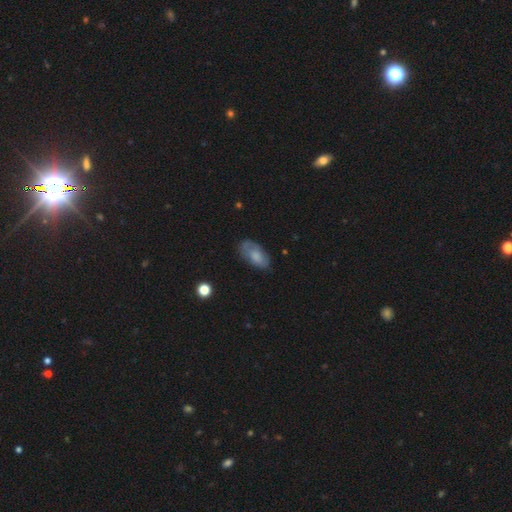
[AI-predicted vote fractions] smooth-or-featured: smooth: 66% | featured or disk: 27% | star or artifact: 8%
  how-rounded: in between: 92% | cigar-shaped: 4% | round: 4%
  merging: none: 66% | minor disturbance: 25% | major disturbance: 8% | merger: 2%